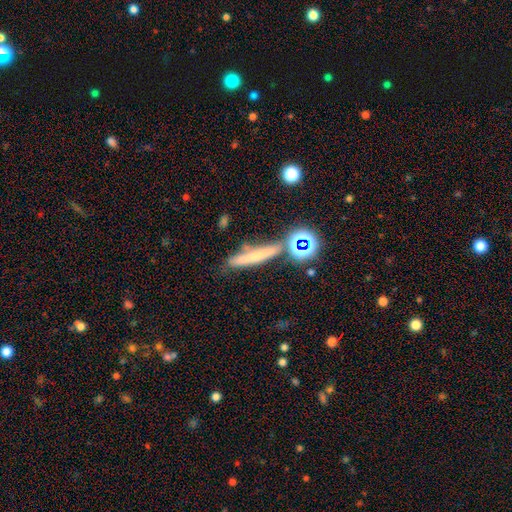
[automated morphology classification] This is possibly a smooth galaxy (52%). How rounded: clearly cigar-shaped (84%). Merging: likely none (69%).